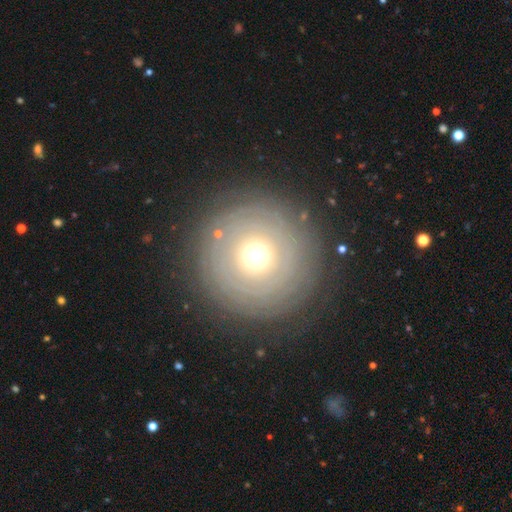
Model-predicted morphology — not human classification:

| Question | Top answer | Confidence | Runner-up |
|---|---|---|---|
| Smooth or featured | featured or disk | 48% | smooth (41%) |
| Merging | none | 85% | minor disturbance (9%) |